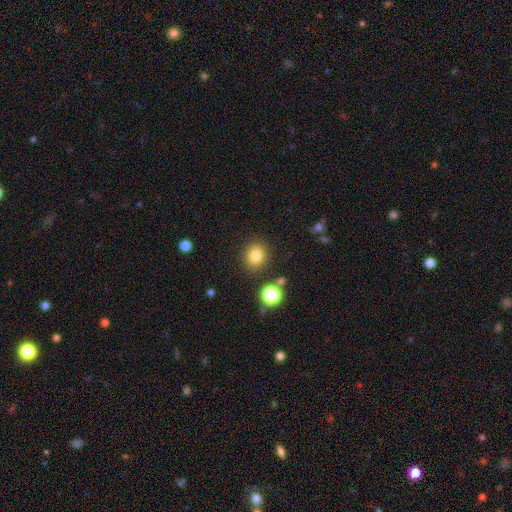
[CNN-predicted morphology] A smooth galaxy with no disk features (81%) that is round (76%). Merging: none (85%).